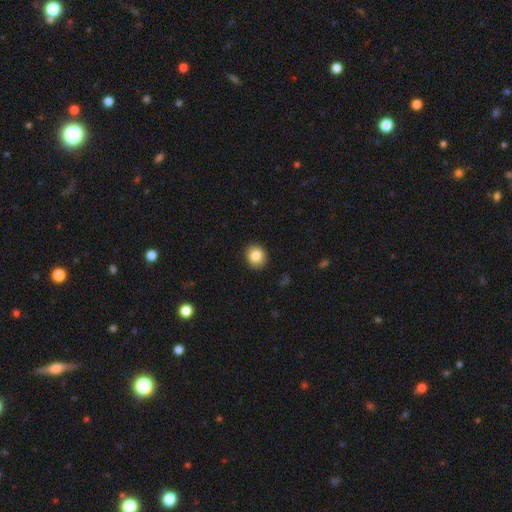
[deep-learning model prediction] smooth_or_featured: smooth (p=0.84) [alt: star or artifact p=0.09]
how_rounded: round (p=0.74) [alt: in between p=0.25]
merging: none (p=0.91) [alt: minor disturbance p=0.07]